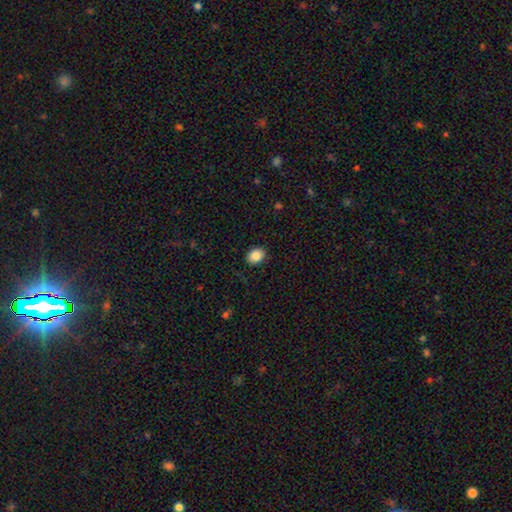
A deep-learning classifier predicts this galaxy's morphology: Smooth or featured? Predicted: smooth (p=0.88). How rounded? Predicted: in between (p=0.59). Merging? Predicted: none (p=0.88).